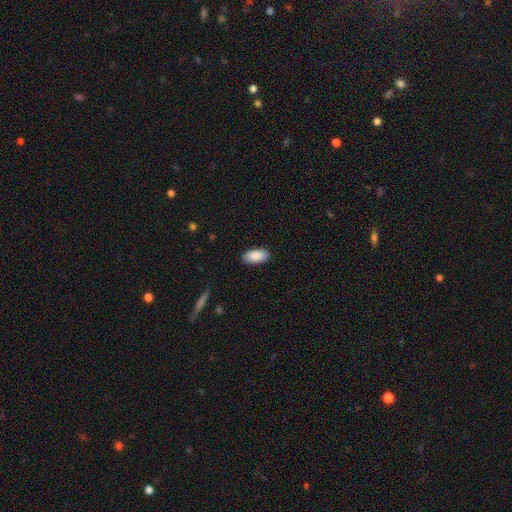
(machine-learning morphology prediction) smooth-or-featured: smooth: 89% | star or artifact: 6% | featured or disk: 5%
  how-rounded: in between: 94% | cigar-shaped: 4% | round: 2%
  merging: none: 87% | minor disturbance: 10% | major disturbance: 2% | merger: 1%